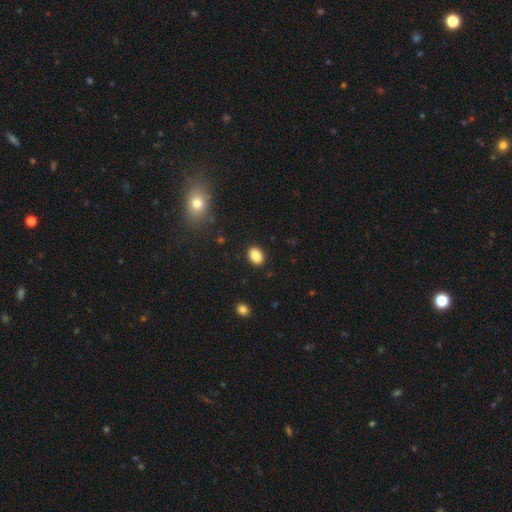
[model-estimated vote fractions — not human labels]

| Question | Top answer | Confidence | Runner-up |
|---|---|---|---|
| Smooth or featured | smooth | 87% | star or artifact (9%) |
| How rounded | in between | 74% | round (25%) |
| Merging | none | 89% | minor disturbance (8%) |